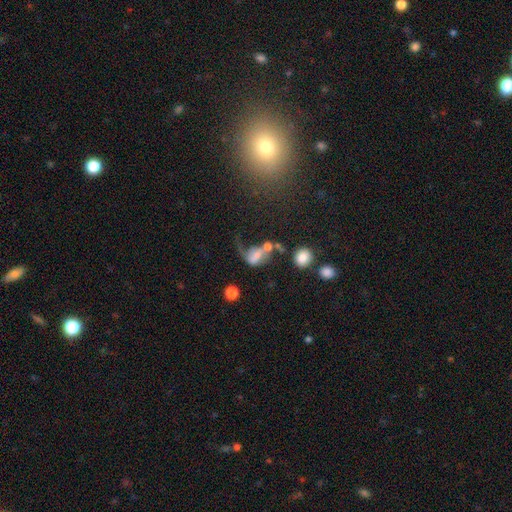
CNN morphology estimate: Overall: smooth (45%; featured or disk 42%). Merging: major disturbance (42%; merger 27%).